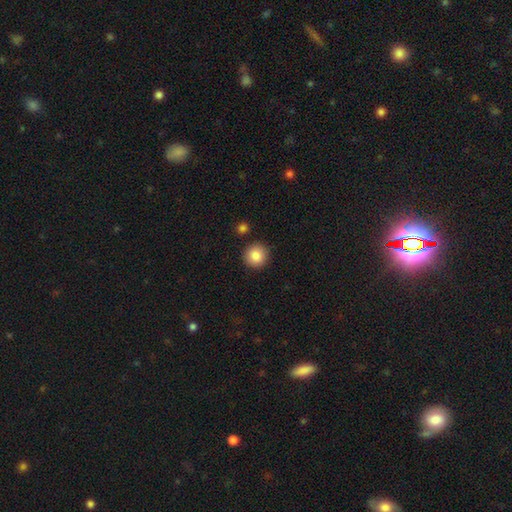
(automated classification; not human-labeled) Smooth or featured?
  - smooth: 87% *
  - star or artifact: 8%
  - featured or disk: 5%
How rounded?
  - round: 93% *
  - in between: 6%
  - cigar-shaped: 1%
Merging?
  - none: 89% *
  - minor disturbance: 6%
  - merger: 3%
  - major disturbance: 2%